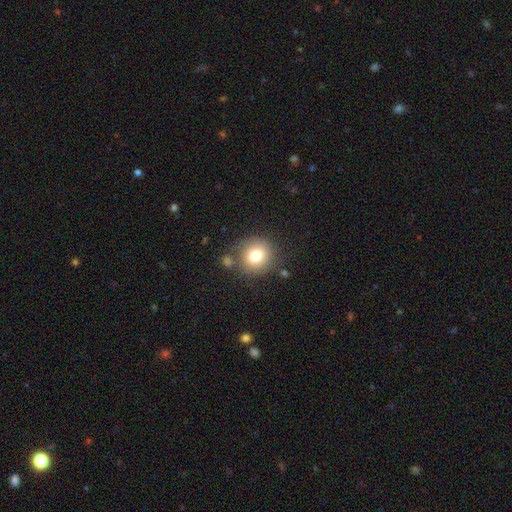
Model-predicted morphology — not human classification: Smooth or featured: smooth — 76% (featured or disk — 13%)
How rounded: round — 88% (in between — 11%)
Merging: none — 74% (minor disturbance — 12%)